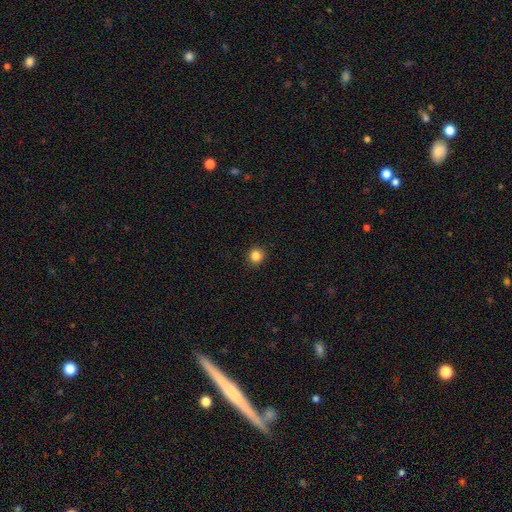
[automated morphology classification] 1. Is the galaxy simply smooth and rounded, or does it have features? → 85% smooth, 11% star or artifact, 4% featured or disk.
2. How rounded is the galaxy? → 90% round, 9% in between, 1% cigar-shaped.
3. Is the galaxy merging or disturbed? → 92% none, 6% minor disturbance, 2% major disturbance, 1% merger.